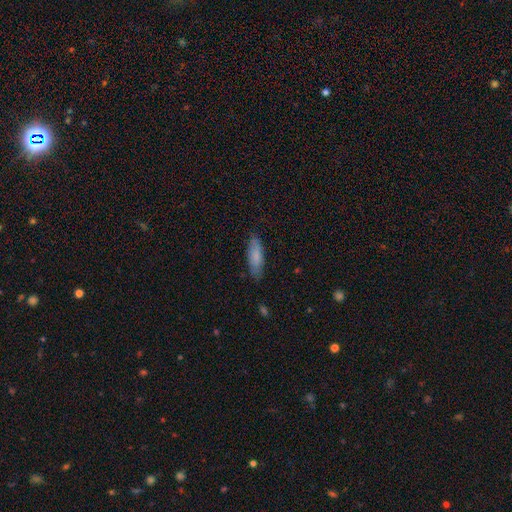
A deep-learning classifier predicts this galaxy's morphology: This is clearly a smooth galaxy (80%). How rounded: possibly in between (53%). Merging: likely none (80%).